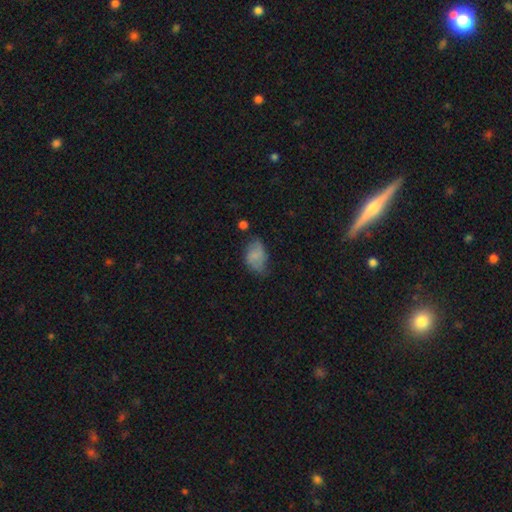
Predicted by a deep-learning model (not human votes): Q: Smooth or featured?
A: smooth (72%); runner-up: featured or disk (19%)
Q: How rounded?
A: in between (86%); runner-up: round (12%)
Q: Merging?
A: none (47%); runner-up: minor disturbance (37%)